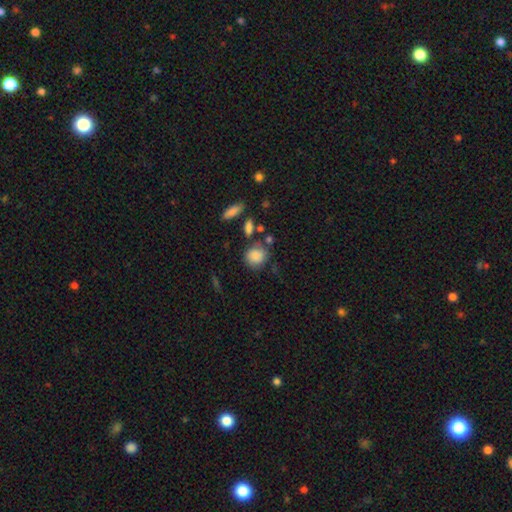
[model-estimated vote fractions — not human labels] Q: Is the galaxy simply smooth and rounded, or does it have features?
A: smooth — 84%.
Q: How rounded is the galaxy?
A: round — 77%.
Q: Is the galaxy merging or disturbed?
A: none — 64%.